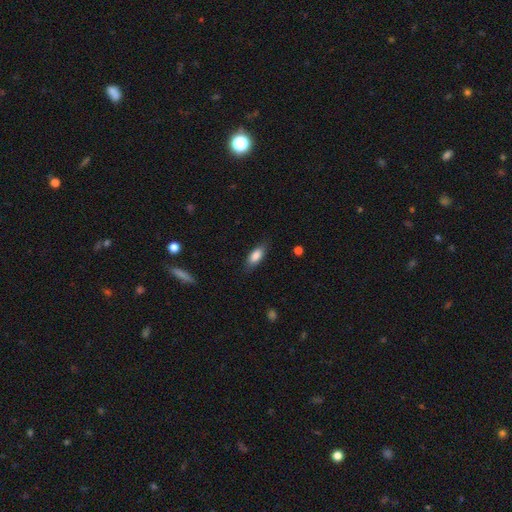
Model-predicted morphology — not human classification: A smooth galaxy with no disk features (83%) that is in between round and cigar-shaped (78%). Merging: none (81%).